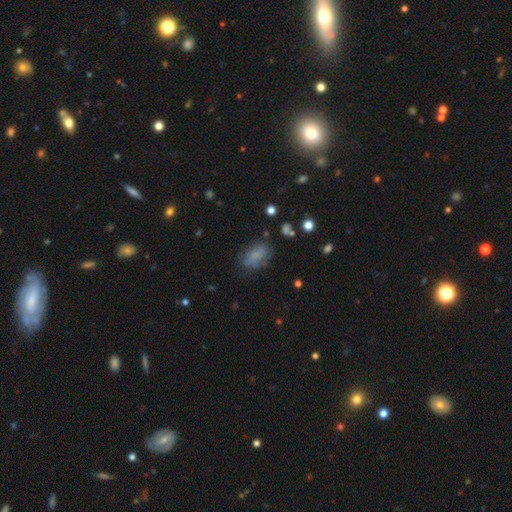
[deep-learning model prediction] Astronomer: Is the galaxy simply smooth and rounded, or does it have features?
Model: smooth — 72%.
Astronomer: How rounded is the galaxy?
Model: in between — 86%.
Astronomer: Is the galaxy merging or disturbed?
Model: none — 63%.